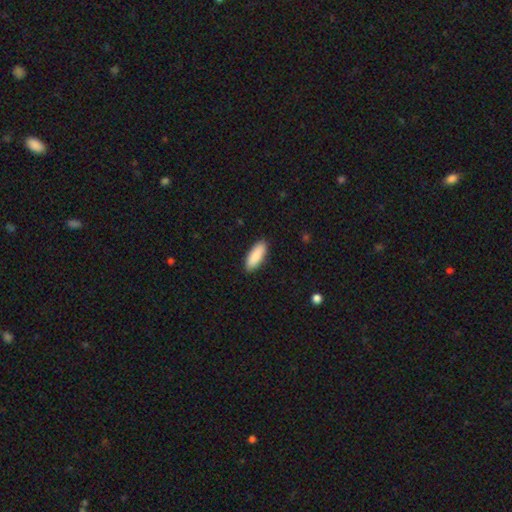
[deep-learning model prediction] Overall: smooth (88%). How rounded: in between (69%). Merging: none (90%).